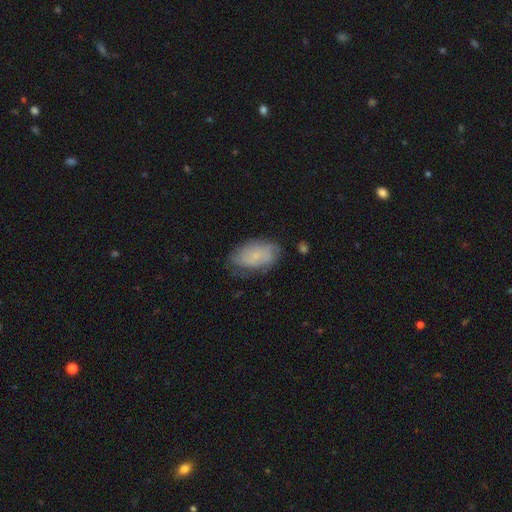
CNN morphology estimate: A featured or disk galaxy (47%).

Vote fractions:
- Smooth or featured? featured or disk: 47% / smooth: 45% / star or artifact: 8%
- Merging? none: 63% / minor disturbance: 27% / major disturbance: 9% / merger: 2%